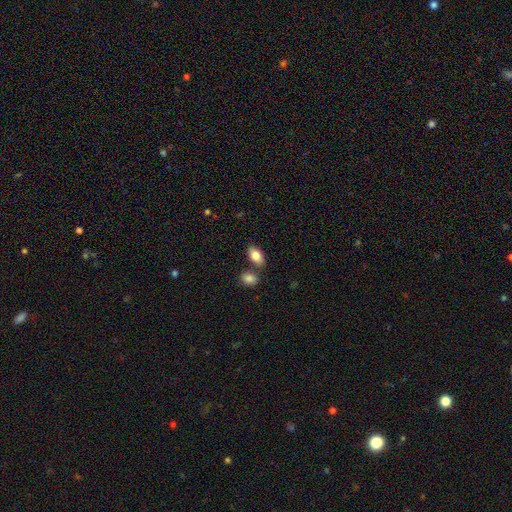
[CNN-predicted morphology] Smooth or featured: smooth — 83% (featured or disk — 10%)
How rounded: in between — 92% (round — 6%)
Merging: none — 70% (merger — 16%)